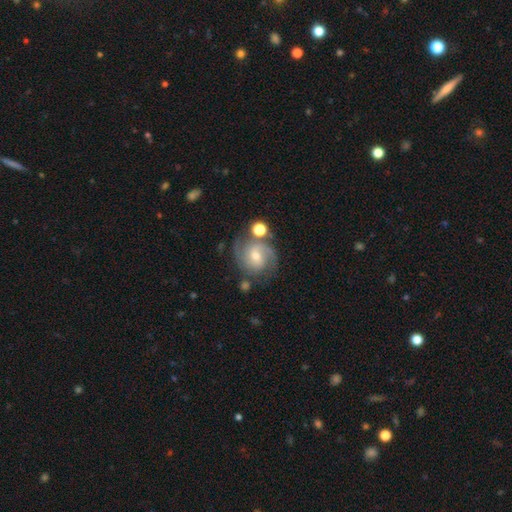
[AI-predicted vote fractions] This appears to be a featured or disk galaxy (80%) with a weak bar (45%, tied with no), 2 (68%) medium (49%) spiral arms (96%) and a small central bulge (51%). Merging: none (65%).